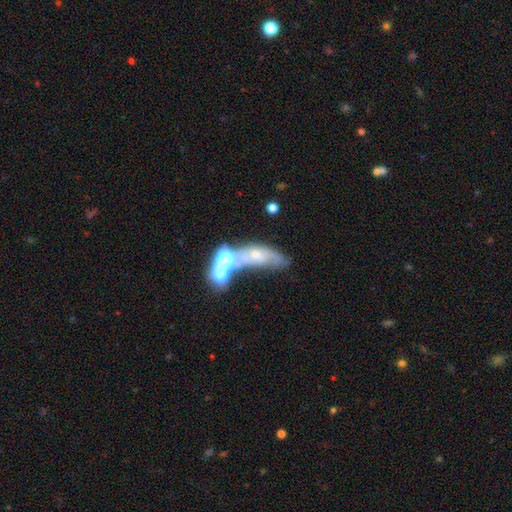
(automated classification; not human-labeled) A featured or disk galaxy (52%). Merging: merger (71%).